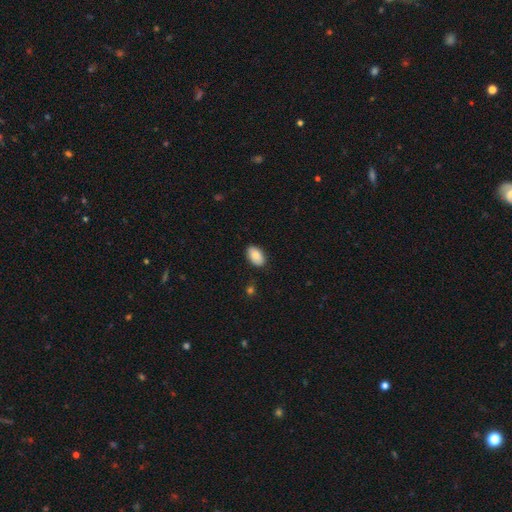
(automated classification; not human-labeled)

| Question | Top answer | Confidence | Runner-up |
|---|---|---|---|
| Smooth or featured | smooth | 86% | featured or disk (7%) |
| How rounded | in between | 94% | round (5%) |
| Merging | none | 87% | minor disturbance (10%) |